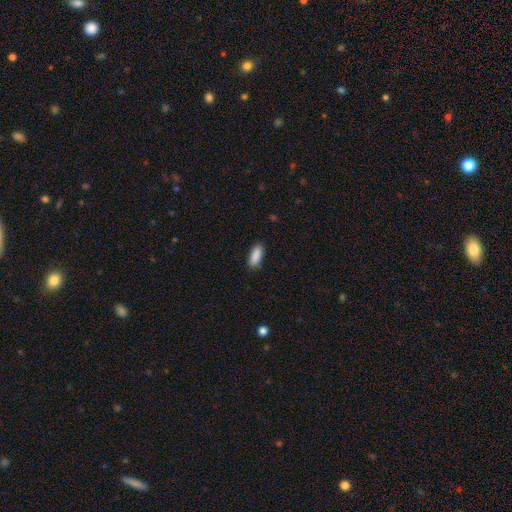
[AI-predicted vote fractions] The model was most divided on "how rounded": in between: 78%, cigar-shaped: 20%, round: 2%. More confident: smooth or featured — smooth (90%); merging — none (87%).